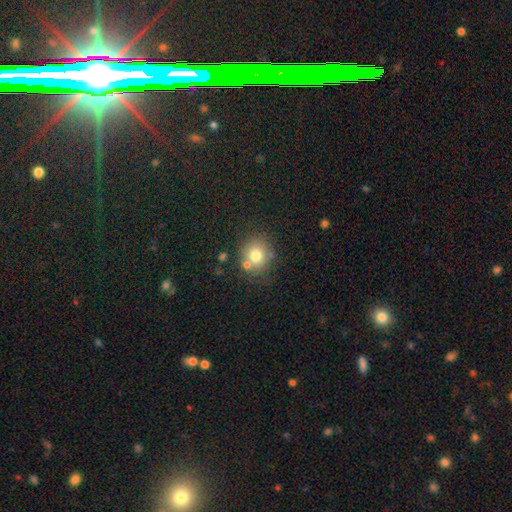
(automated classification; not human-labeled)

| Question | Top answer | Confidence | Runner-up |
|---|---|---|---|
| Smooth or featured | smooth | 75% | featured or disk (13%) |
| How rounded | round | 85% | in between (14%) |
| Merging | none | 67% | merger (16%) |